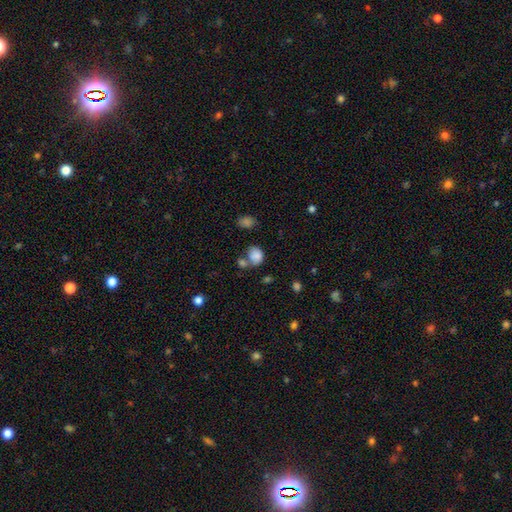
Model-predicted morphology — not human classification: Smooth or featured? Predicted: smooth (p=0.82). How rounded? Predicted: round (p=0.55). Merging? Predicted: none (p=0.43).